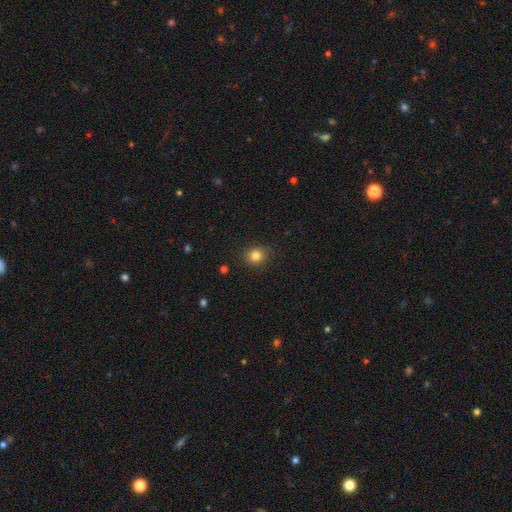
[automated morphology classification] type=smooth (83%); roundness=round (84%); merging=none (90%).